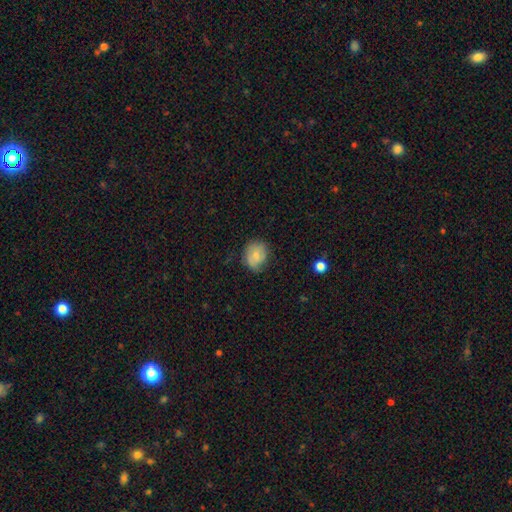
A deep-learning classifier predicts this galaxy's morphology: A smooth galaxy with no disk features (71%) that is round (67%).

Vote fractions:
- Smooth or featured? smooth: 71% / featured or disk: 21% / star or artifact: 8%
- How rounded? round: 67% / in between: 32% / cigar-shaped: 1%
- Merging? none: 68% / minor disturbance: 25% / major disturbance: 6% / merger: 1%